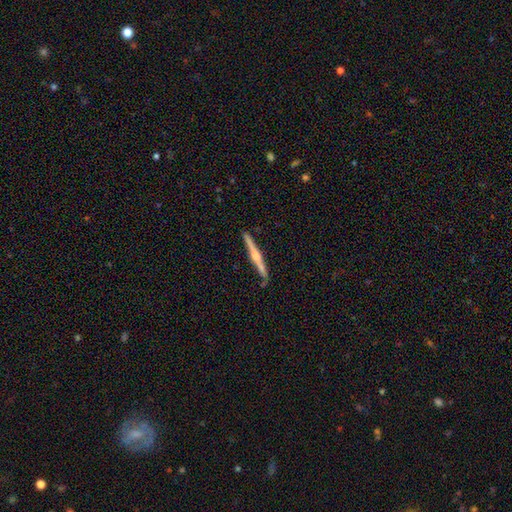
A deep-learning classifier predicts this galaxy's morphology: A featured or disk galaxy (73%) viewed edge-on (98%) with a rounded central bulge (78%).

Vote fractions:
- Smooth or featured? featured or disk: 73% / smooth: 22% / star or artifact: 5%
- Edge-on disk? yes: 98% / no: 2%
- Edge-on bulge? rounded: 78% / none: 11% / boxy: 11%
- Merging? none: 89% / minor disturbance: 8% / major disturbance: 1% / merger: 1%